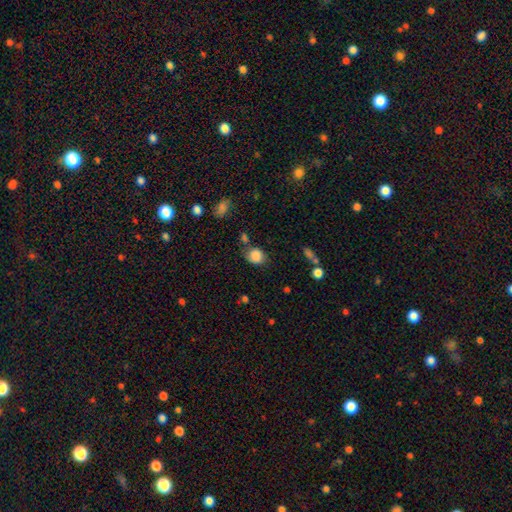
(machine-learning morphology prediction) smooth-or-featured: smooth: 85% | star or artifact: 9% | featured or disk: 6%
  how-rounded: round: 57% | in between: 42% | cigar-shaped: 1%
  merging: none: 64% | minor disturbance: 23% | major disturbance: 7% | merger: 7%